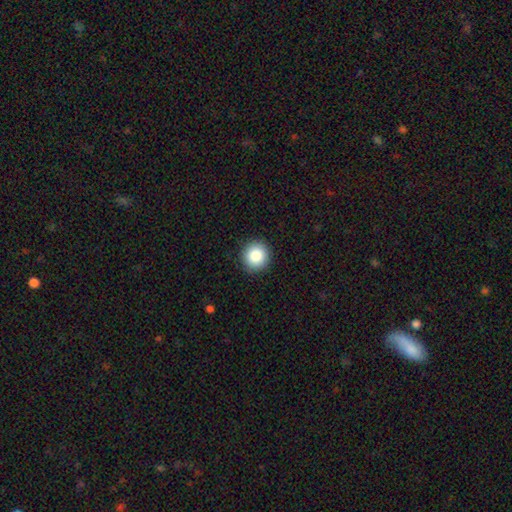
Smooth or featured?
  - smooth: 92% *
  - star or artifact: 8%
  - featured or disk: 0%
How rounded?
  - round: 100% *
  - in between: 0%
  - cigar-shaped: 0%
Merging?
  - none: 97% *
  - major disturbance: 3%
  - minor disturbance: 0%
  - merger: 0%